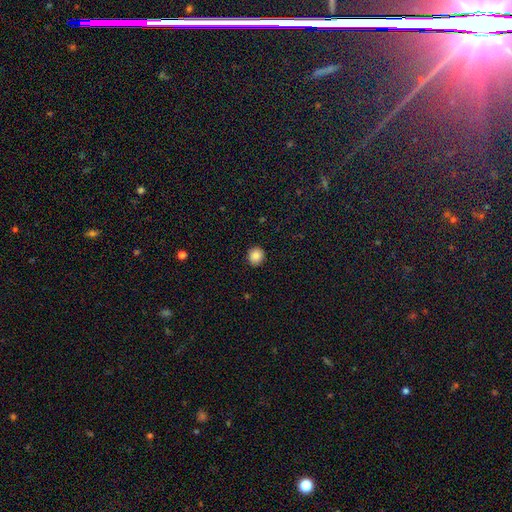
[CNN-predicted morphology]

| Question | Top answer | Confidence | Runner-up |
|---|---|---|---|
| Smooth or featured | smooth | 87% | star or artifact (9%) |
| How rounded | round | 86% | in between (14%) |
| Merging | none | 91% | minor disturbance (6%) |